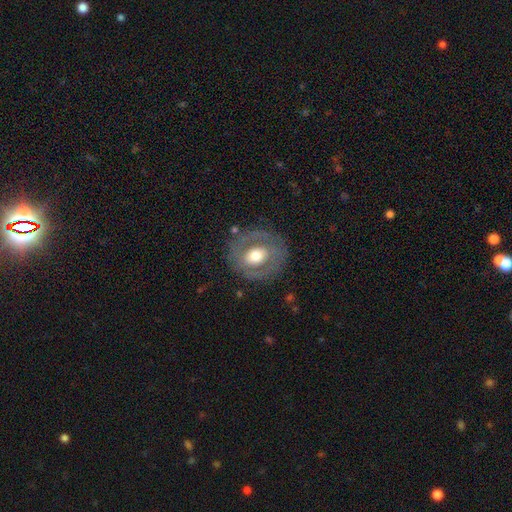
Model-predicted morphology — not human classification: Smooth or featured?
  - featured or disk: 53% *
  - smooth: 41%
  - star or artifact: 6%
Edge-on disk?
  - no: 95% *
  - yes: 5%
Merging?
  - none: 77% *
  - minor disturbance: 13%
  - major disturbance: 8%
  - merger: 2%